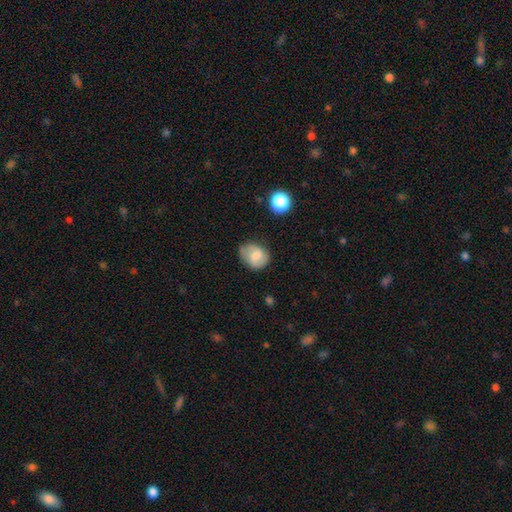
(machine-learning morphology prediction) The model was most divided on "how rounded": in between: 51%, round: 48%, cigar-shaped: 1%. More confident: smooth or featured — smooth (65%); merging — none (64%).